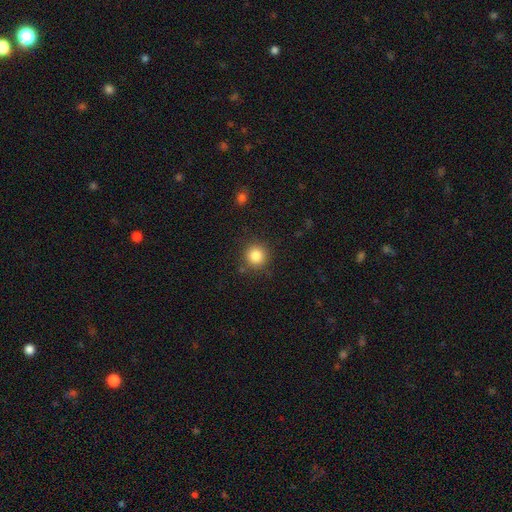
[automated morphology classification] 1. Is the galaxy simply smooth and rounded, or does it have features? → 84% smooth, 11% star or artifact, 6% featured or disk.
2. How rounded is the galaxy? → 93% round, 6% in between, 1% cigar-shaped.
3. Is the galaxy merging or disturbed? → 87% none, 8% minor disturbance, 3% major disturbance, 2% merger.